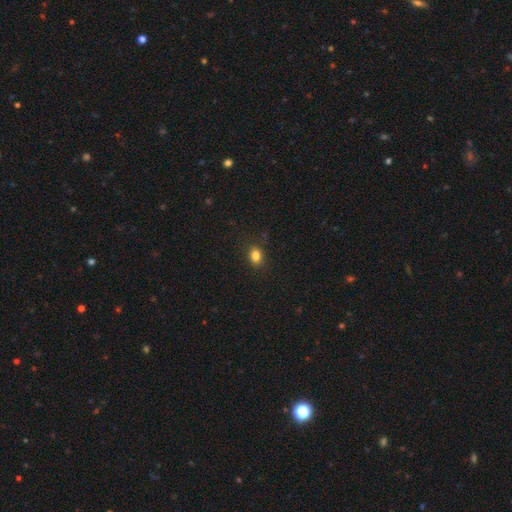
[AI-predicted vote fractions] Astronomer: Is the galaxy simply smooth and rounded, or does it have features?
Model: smooth — 83%.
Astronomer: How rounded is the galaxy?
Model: in between — 63%.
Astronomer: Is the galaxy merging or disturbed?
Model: none — 86%.